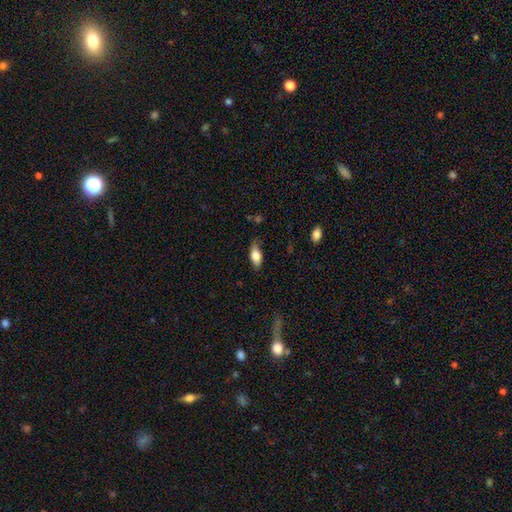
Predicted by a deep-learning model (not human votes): Smooth or featured? Predicted: smooth (p=0.74). How rounded? Predicted: in between (p=0.81). Merging? Predicted: none (p=0.77).